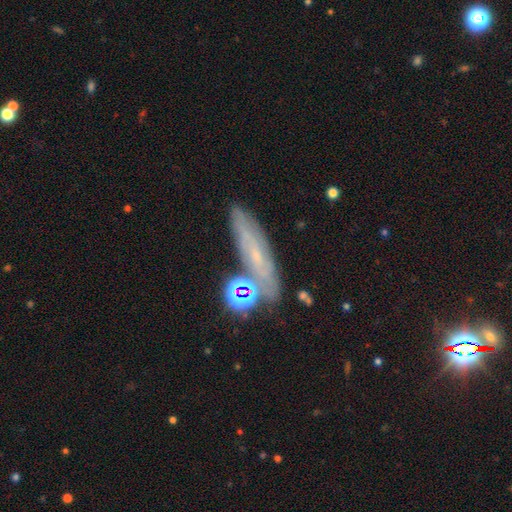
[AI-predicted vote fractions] The model was most divided on "smooth or featured": featured or disk: 46%, smooth: 29%, star or artifact: 24%. More confident: merging — none (63%).